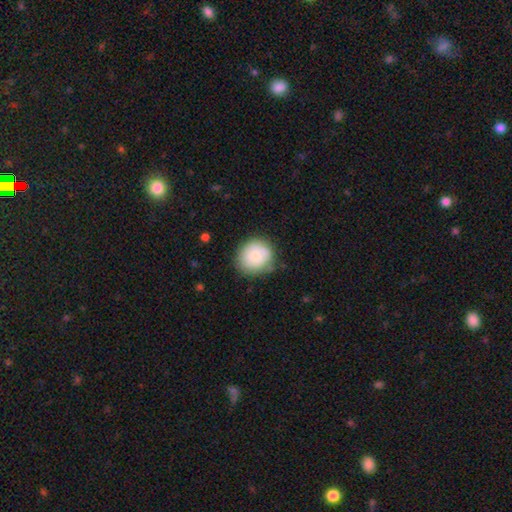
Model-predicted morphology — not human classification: Smooth or featured? Predicted: smooth (p=0.77). How rounded? Predicted: round (p=0.80). Merging? Predicted: none (p=0.73).